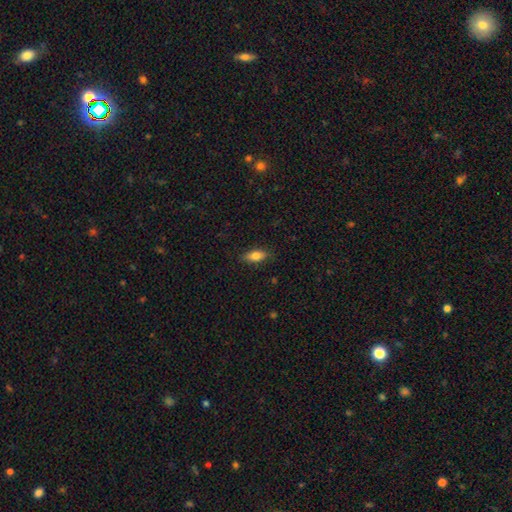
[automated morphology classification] Q: Smooth or featured?
A: smooth (79%); runner-up: featured or disk (13%)
Q: How rounded?
A: in between (81%); runner-up: cigar-shaped (16%)
Q: Merging?
A: none (85%); runner-up: minor disturbance (12%)